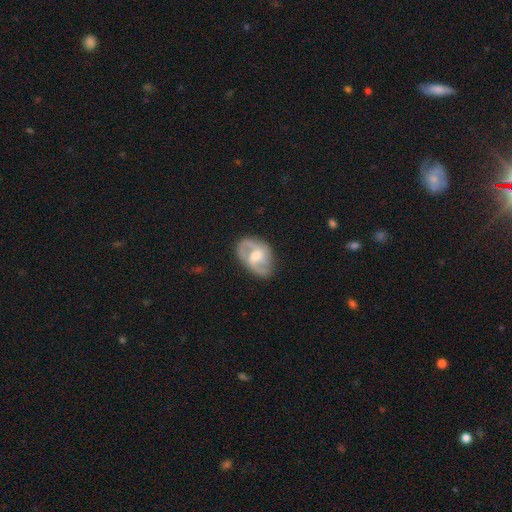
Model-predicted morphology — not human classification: A featured or disk galaxy (78%) with a weak bar (47%), 2 (70%) medium (52%) spiral arms (92%) and a moderate central bulge (61%).

Vote fractions:
- Smooth or featured? featured or disk: 78% / smooth: 16% / star or artifact: 5%
- Edge-on disk? no: 97% / yes: 3%
- Bar? weak: 47% / no: 39% / strong: 14%
- Spiral arms? yes: 92% / no: 8%
- Spiral winding? medium: 52% / loose: 25% / tight: 23%
- Spiral arm count? 2: 70% / 3: 14% / can't tell: 10% / 1: 3% / 4: 2% / more than 4: 2%
- Bulge size? moderate: 61% / small: 29% / large: 6% / none: 2% / dominant: 1%
- Merging? none: 72% / minor disturbance: 19% / major disturbance: 7% / merger: 1%